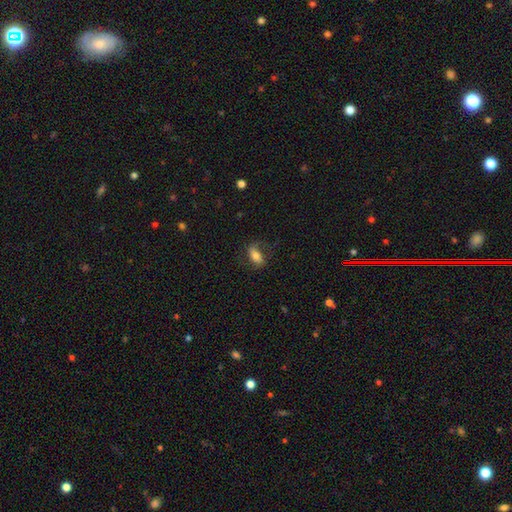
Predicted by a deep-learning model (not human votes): Overall: smooth (63%; featured or disk 29%). How rounded: in between (85%). Merging: none (65%).